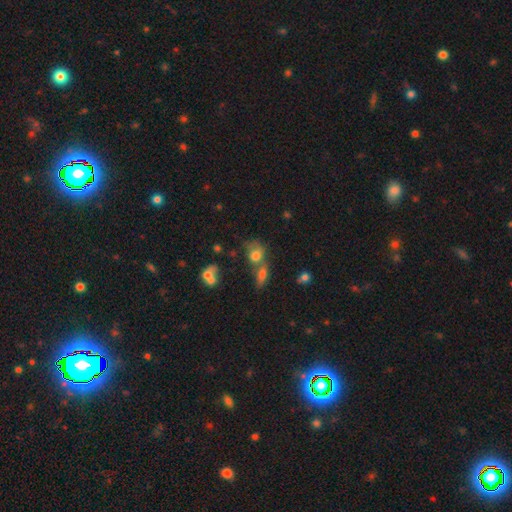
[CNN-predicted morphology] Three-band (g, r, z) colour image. It shows a smooth galaxy with no disk features (71%) that is in between round and cigar-shaped (52%). Merging: merger (43%).